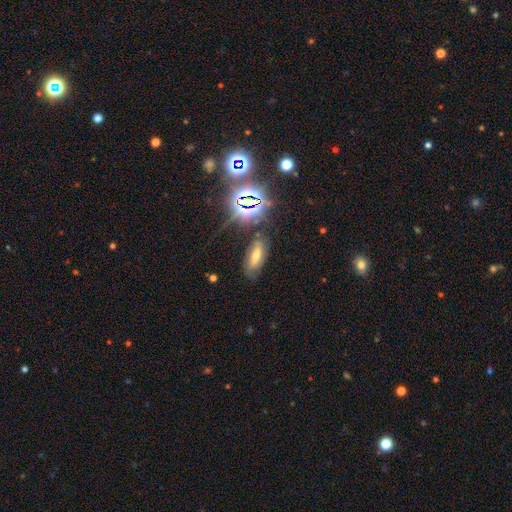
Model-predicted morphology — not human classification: Smooth or featured?
  - star or artifact: 39% *
  - smooth: 38%
  - featured or disk: 24%